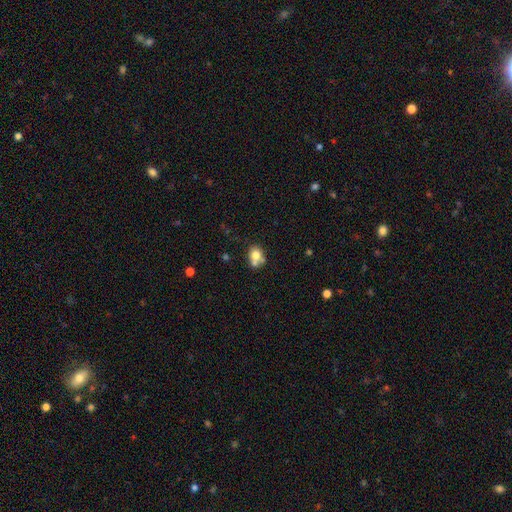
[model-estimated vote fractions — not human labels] This is likely a smooth galaxy (72%). How rounded: possibly round (59%). Merging: marginally merger (42%).